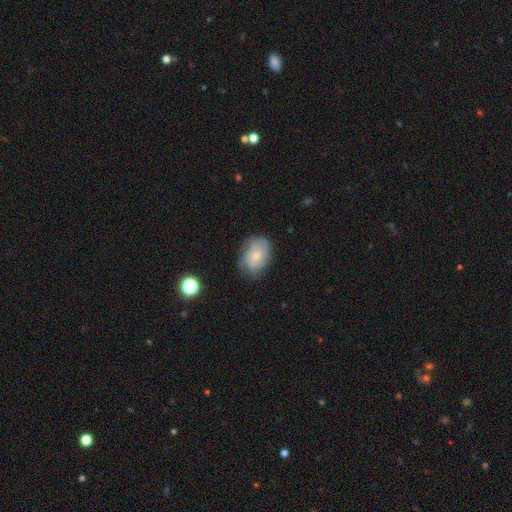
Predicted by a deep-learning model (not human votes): Smooth or featured? Predicted: featured or disk (p=0.50). Merging? Predicted: none (p=0.67).